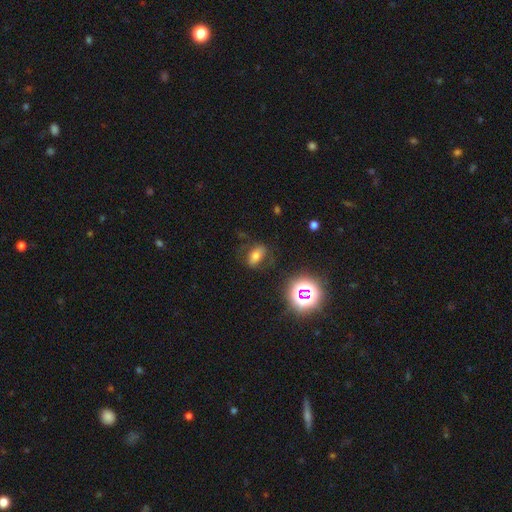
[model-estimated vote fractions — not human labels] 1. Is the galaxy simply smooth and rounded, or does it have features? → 54% smooth, 23% featured or disk, 23% star or artifact.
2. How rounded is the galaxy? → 82% in between, 13% round, 4% cigar-shaped.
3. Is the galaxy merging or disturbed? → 75% none, 15% minor disturbance, 8% major disturbance, 2% merger.